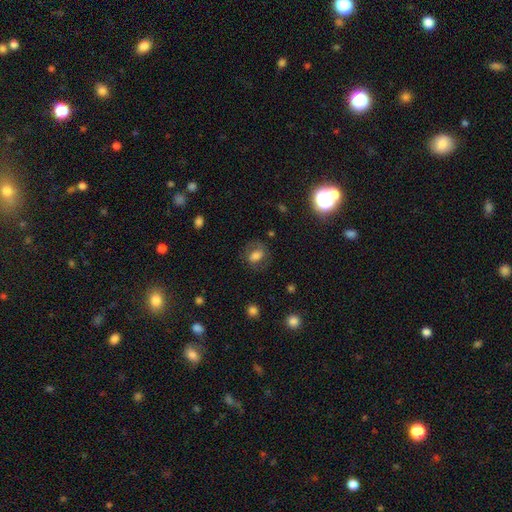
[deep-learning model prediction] Q: Smooth or featured?
A: smooth (61%); runner-up: featured or disk (28%)
Q: How rounded?
A: in between (64%); runner-up: round (34%)
Q: Merging?
A: none (68%); runner-up: minor disturbance (17%)